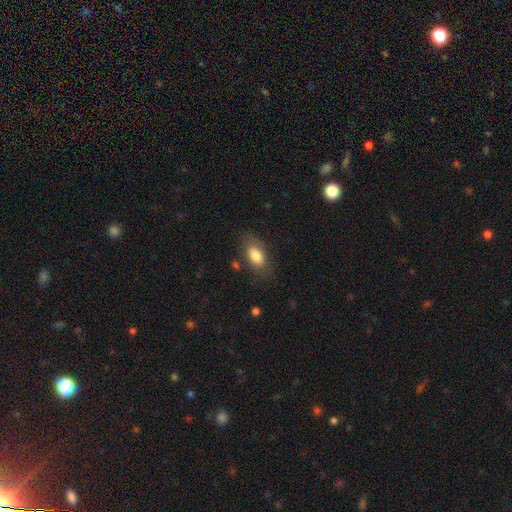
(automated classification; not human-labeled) This appears to be a smooth galaxy with no disk features (78%) that is in between round and cigar-shaped (89%). Merging: none (73%).